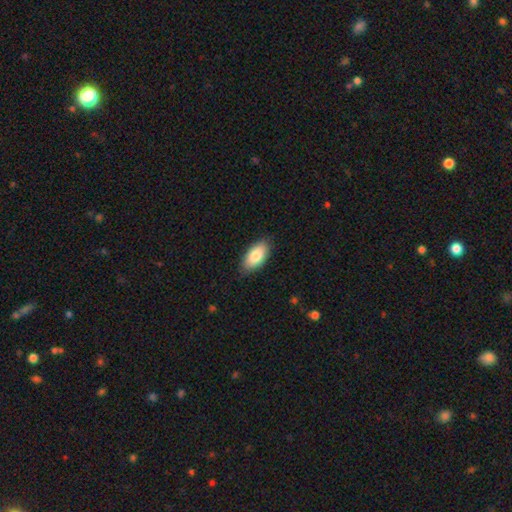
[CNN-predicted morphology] Smooth or featured?
  - smooth: 84% *
  - featured or disk: 10%
  - star or artifact: 6%
How rounded?
  - in between: 93% *
  - cigar-shaped: 5%
  - round: 2%
Merging?
  - none: 84% *
  - minor disturbance: 13%
  - major disturbance: 2%
  - merger: 1%